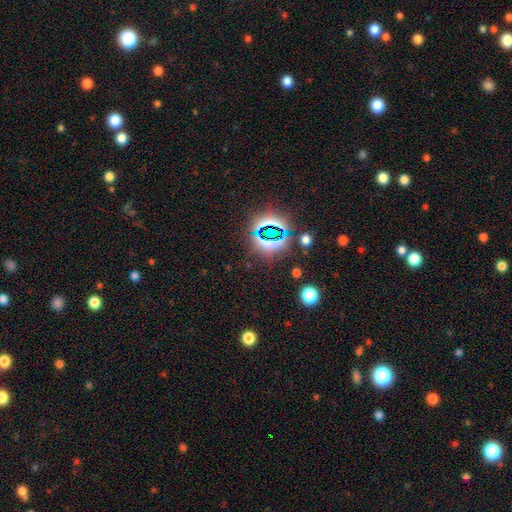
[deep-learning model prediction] Morphology: type=star or artifact (79%).